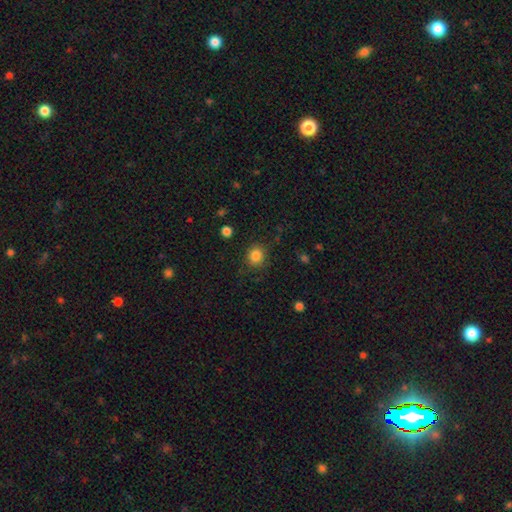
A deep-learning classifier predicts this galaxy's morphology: smooth 85%, star or artifact 11%, featured or disk 4%. Down the decision tree: how rounded — round (81%); merging — none (84%).